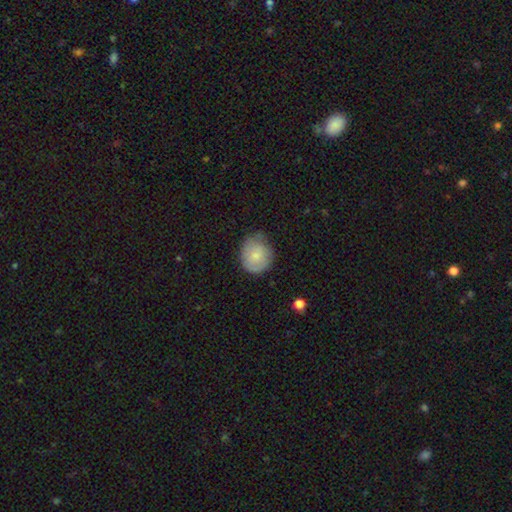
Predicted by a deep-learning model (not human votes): A smooth galaxy with no disk features (72%) that is round (78%). Merging: none (58%).